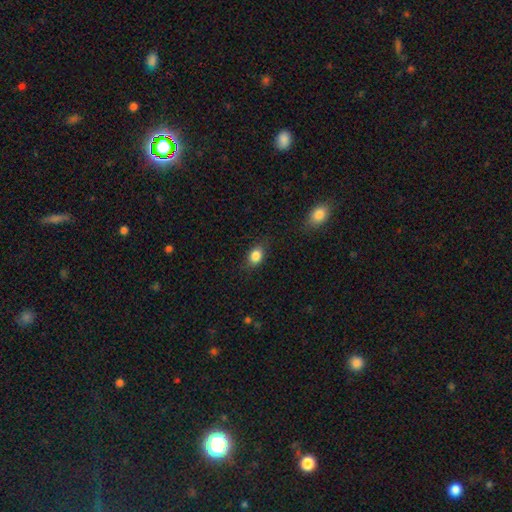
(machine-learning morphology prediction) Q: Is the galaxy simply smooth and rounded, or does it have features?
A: smooth — 84%.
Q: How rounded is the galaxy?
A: in between — 72%.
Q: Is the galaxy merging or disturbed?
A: none — 80%.